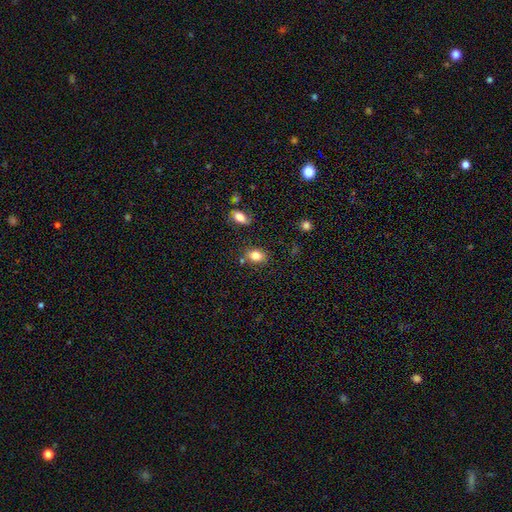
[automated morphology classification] Q: Smooth or featured?
A: smooth (83%); runner-up: star or artifact (10%)
Q: How rounded?
A: in between (76%); runner-up: round (22%)
Q: Merging?
A: none (76%); runner-up: minor disturbance (13%)